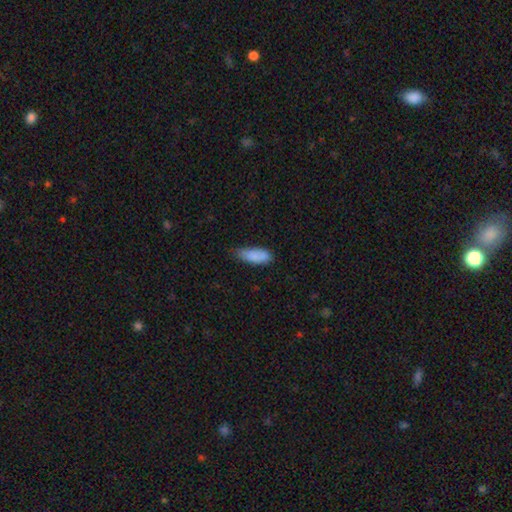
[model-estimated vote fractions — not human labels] This is clearly a smooth galaxy (86%). How rounded: likely in between (77%). Merging: possibly none (48%).